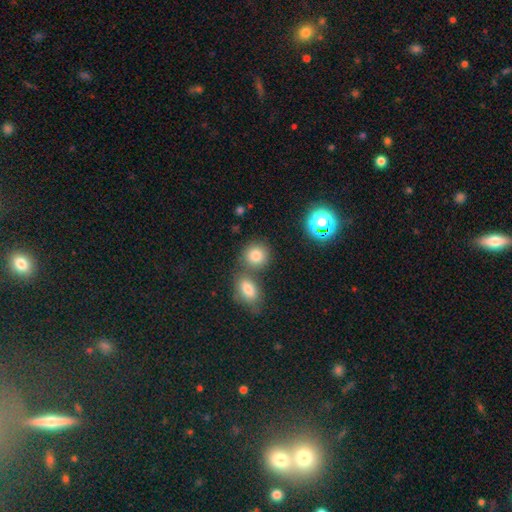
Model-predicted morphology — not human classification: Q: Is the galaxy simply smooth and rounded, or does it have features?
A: smooth — 81%.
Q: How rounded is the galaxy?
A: round — 79%.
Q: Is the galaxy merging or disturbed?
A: none — 60%.